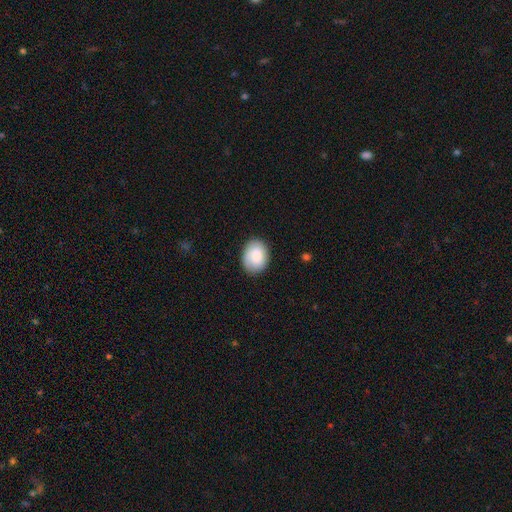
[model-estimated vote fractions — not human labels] Q: Smooth or featured?
A: smooth (83%); runner-up: featured or disk (11%)
Q: How rounded?
A: in between (55%); runner-up: round (44%)
Q: Merging?
A: none (83%); runner-up: minor disturbance (13%)